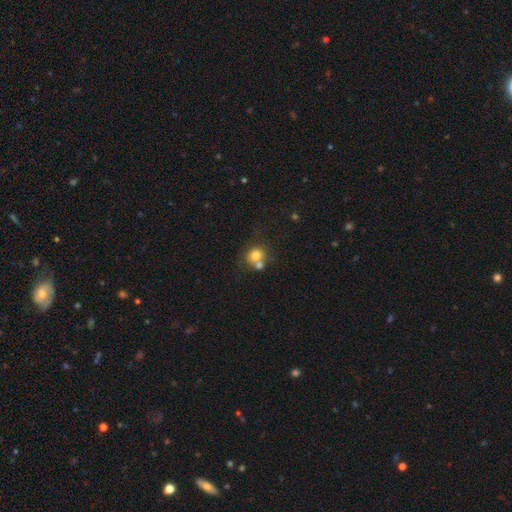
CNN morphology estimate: Smooth or featured? Predicted: smooth (p=0.76). How rounded? Predicted: round (p=0.79). Merging? Predicted: none (p=0.49).